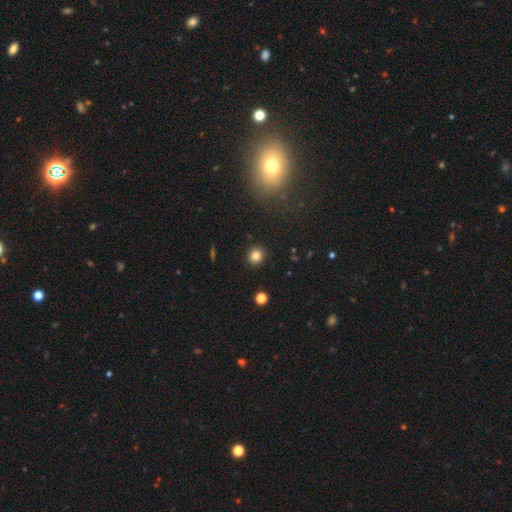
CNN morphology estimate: smooth_or_featured: smooth (p=0.83) [alt: star or artifact p=0.12]
how_rounded: round (p=0.87) [alt: in between p=0.12]
merging: none (p=0.91) [alt: minor disturbance p=0.05]